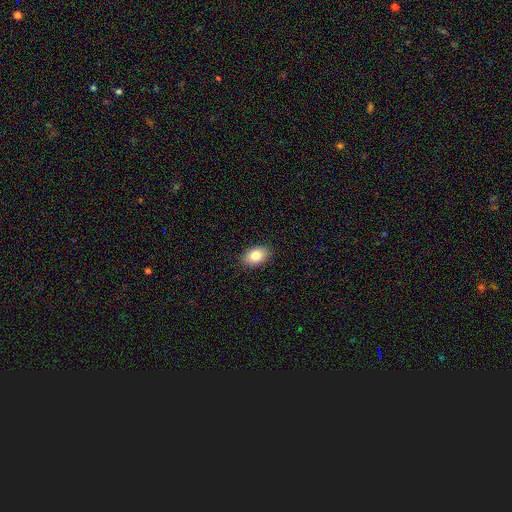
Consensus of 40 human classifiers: smooth_or_featured: smooth (p=0.88) [alt: featured or disk p=0.10]
how_rounded: in between (p=0.86) [alt: round p=0.14]
merging: none (p=0.97) [alt: minor disturbance p=0.03]